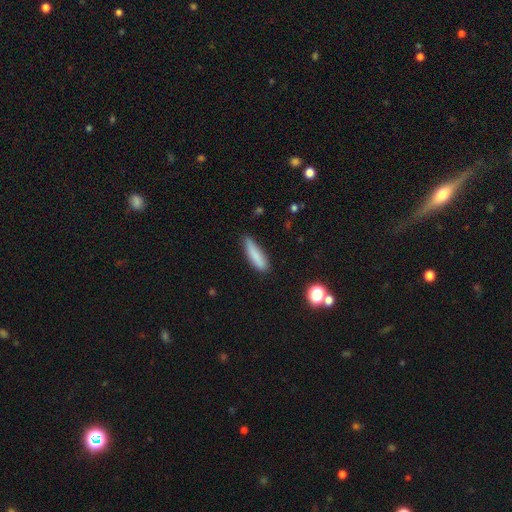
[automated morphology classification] Q: Smooth or featured?
A: smooth (82%); runner-up: featured or disk (11%)
Q: How rounded?
A: cigar-shaped (73%); runner-up: in between (26%)
Q: Merging?
A: none (76%); runner-up: minor disturbance (19%)